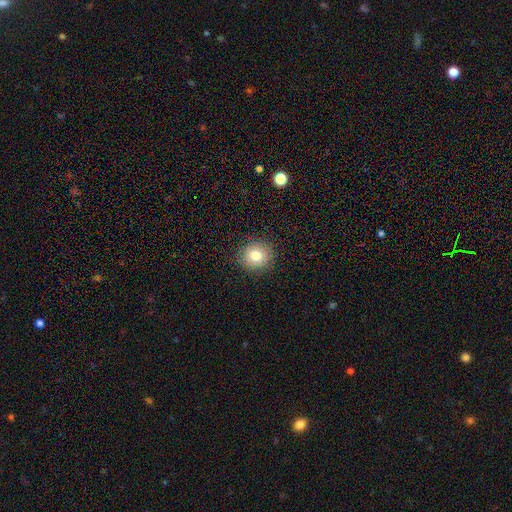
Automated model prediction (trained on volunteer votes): smooth_or_featured: smooth (p=0.78) [alt: star or artifact p=0.11]
how_rounded: round (p=0.85) [alt: in between p=0.14]
merging: none (p=0.88) [alt: minor disturbance p=0.09]